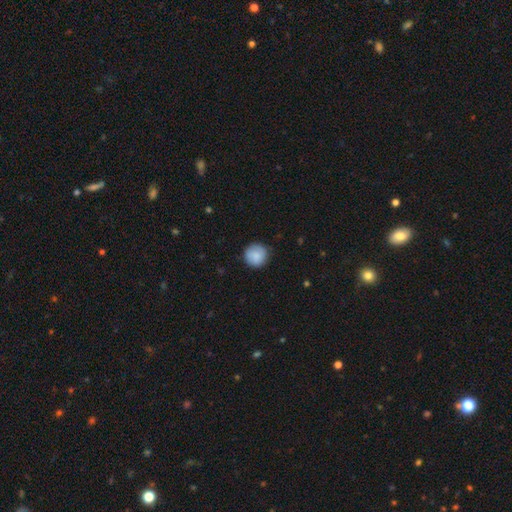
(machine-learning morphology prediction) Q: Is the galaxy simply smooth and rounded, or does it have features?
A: smooth — 83%.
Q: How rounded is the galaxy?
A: round — 94%.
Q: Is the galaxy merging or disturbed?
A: none — 85%.